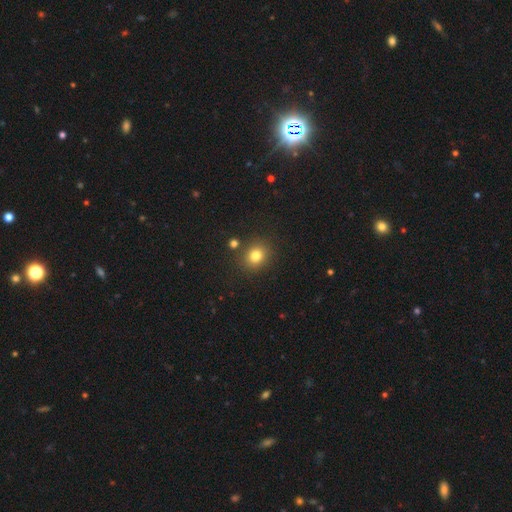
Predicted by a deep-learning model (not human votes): Morphology: type=smooth (80%); roundness=round (73%); merging=none (83%).